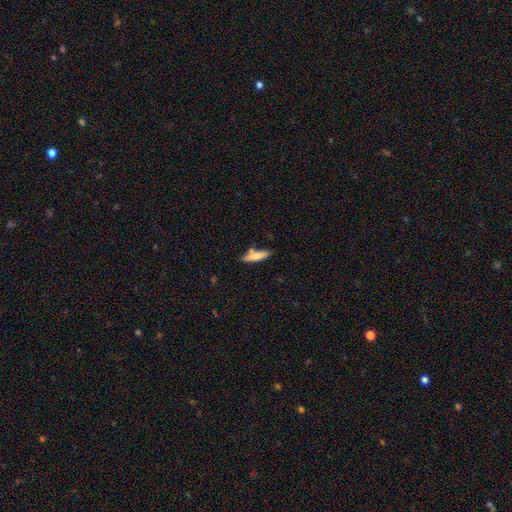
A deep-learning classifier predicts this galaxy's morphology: smooth 77%, featured or disk 16%, star or artifact 6%. Down the decision tree: how rounded — cigar-shaped (68%); merging — none (70%).